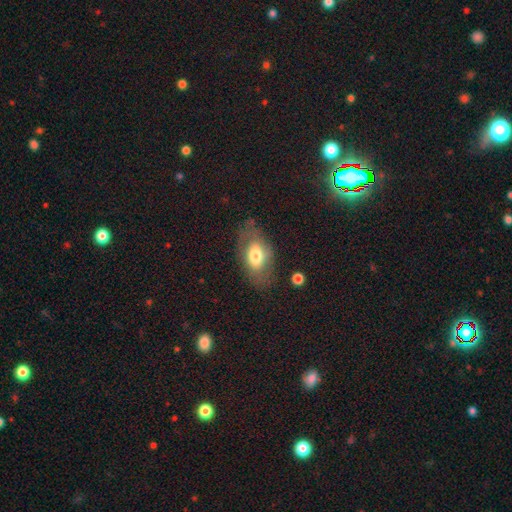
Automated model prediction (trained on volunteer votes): Q: Smooth or featured?
A: smooth (65%); runner-up: featured or disk (28%)
Q: How rounded?
A: in between (89%); runner-up: round (9%)
Q: Merging?
A: none (68%); runner-up: minor disturbance (20%)